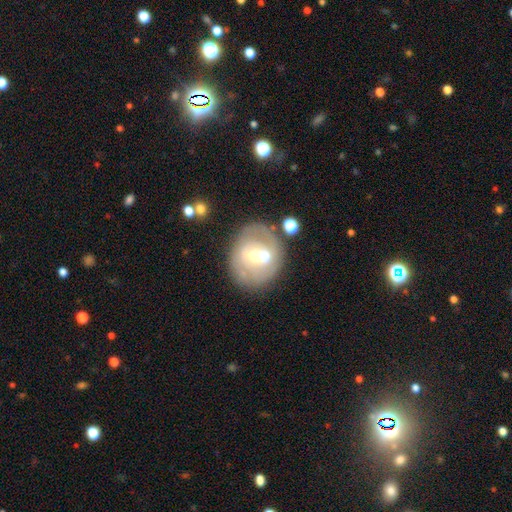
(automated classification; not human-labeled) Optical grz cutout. It shows a featured or disk galaxy (55%) with no bar (56%), no spiral arms (74%) and a moderate central bulge (63%). Merging: none (60%).